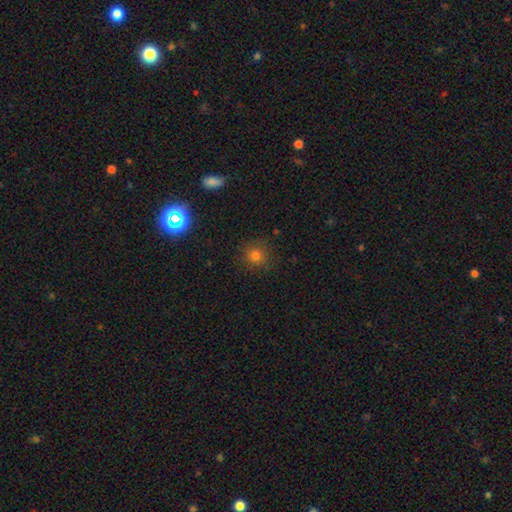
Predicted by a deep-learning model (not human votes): Smooth or featured?
  - smooth: 76% *
  - star or artifact: 17%
  - featured or disk: 7%
How rounded?
  - round: 91% *
  - in between: 8%
  - cigar-shaped: 1%
Merging?
  - none: 88% *
  - minor disturbance: 8%
  - major disturbance: 3%
  - merger: 1%